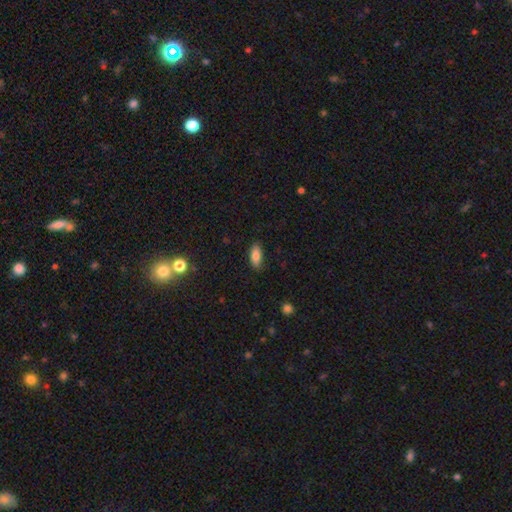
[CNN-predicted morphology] Q: Smooth or featured?
A: smooth (83%); runner-up: featured or disk (9%)
Q: How rounded?
A: in between (82%); runner-up: cigar-shaped (15%)
Q: Merging?
A: none (86%); runner-up: minor disturbance (11%)